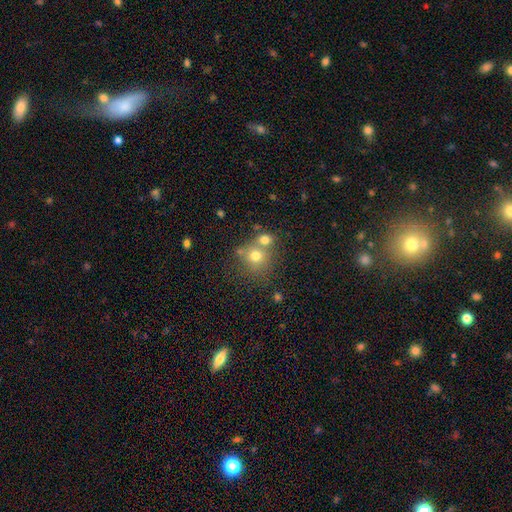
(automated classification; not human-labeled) Overall: smooth (71%). How rounded: round (82%). Merging: none (46%; merger 40%).